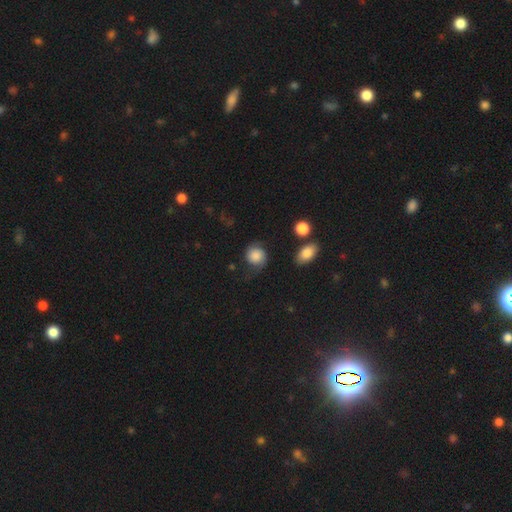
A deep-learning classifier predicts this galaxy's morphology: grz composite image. It shows a smooth galaxy with no disk features (64%) that is round (81%). Merging: none (58%).